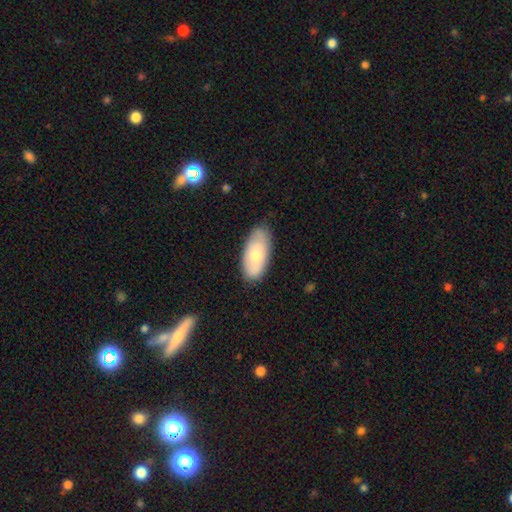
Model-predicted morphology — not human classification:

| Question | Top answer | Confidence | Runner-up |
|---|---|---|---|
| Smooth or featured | smooth | 65% | featured or disk (29%) |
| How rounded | in between | 91% | cigar-shaped (6%) |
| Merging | none | 75% | minor disturbance (20%) |